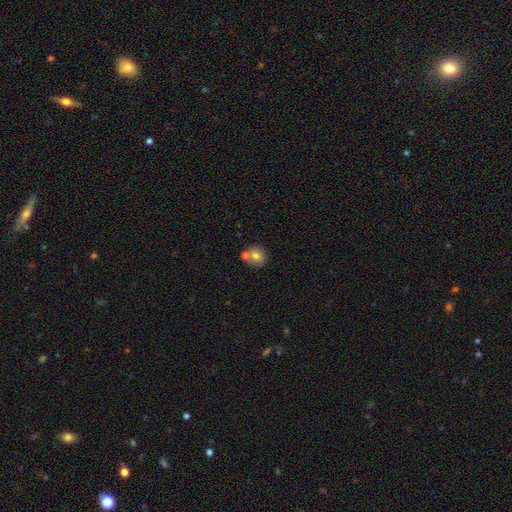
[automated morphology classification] Smooth or featured?
  - smooth: 73% *
  - featured or disk: 17%
  - star or artifact: 10%
How rounded?
  - round: 81% *
  - in between: 18%
  - cigar-shaped: 1%
Merging?
  - none: 57% *
  - merger: 30%
  - minor disturbance: 10%
  - major disturbance: 3%